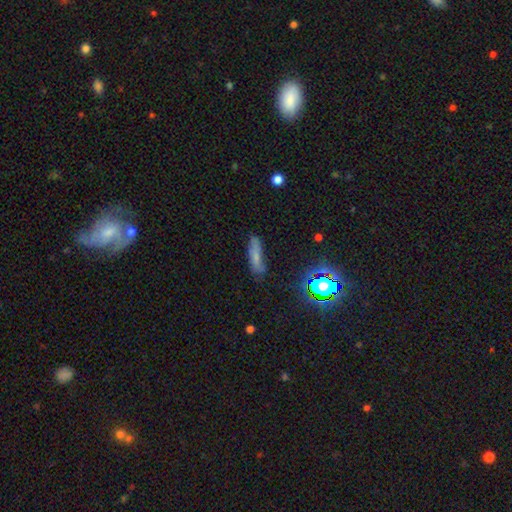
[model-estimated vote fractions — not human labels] smooth-or-featured: smooth: 64% | featured or disk: 18% | star or artifact: 17%
  how-rounded: cigar-shaped: 69% | in between: 28% | round: 3%
  merging: none: 58% | minor disturbance: 27% | major disturbance: 10% | merger: 5%